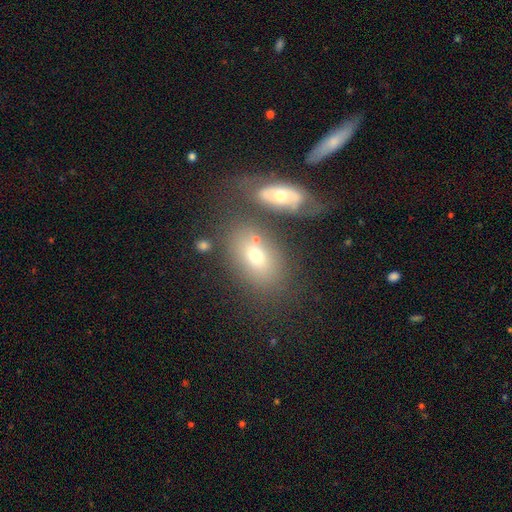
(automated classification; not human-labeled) A smooth galaxy with no disk features (61%) that is in between round and cigar-shaped (82%). Merging: none (51%).